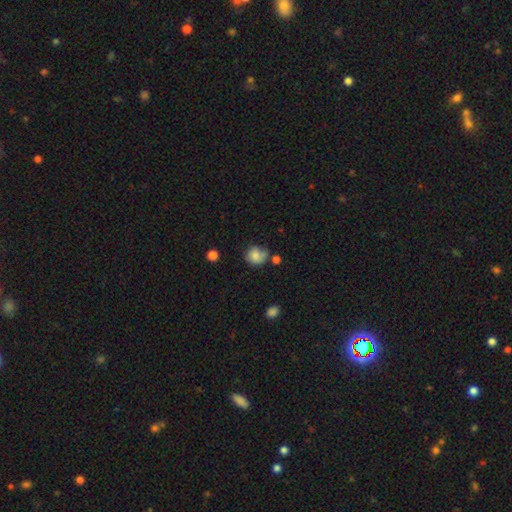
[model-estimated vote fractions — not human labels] This appears to be a smooth galaxy with no disk features (78%) that is round (75%). Merging: none (51%).